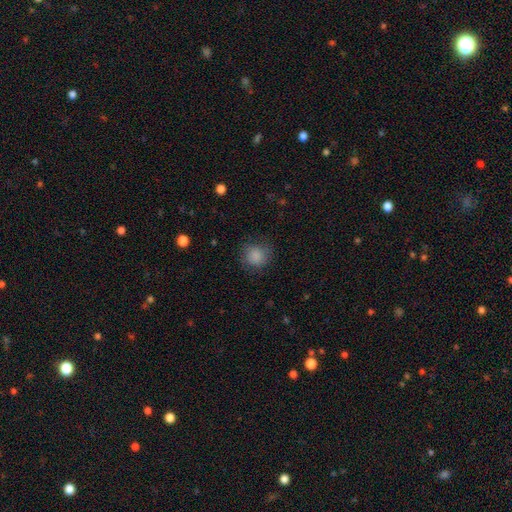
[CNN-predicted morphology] A smooth galaxy with no disk features (86%) that is round (88%).

Vote fractions:
- Smooth or featured? smooth: 86% / star or artifact: 9% / featured or disk: 5%
- How rounded? round: 88% / in between: 11% / cigar-shaped: 1%
- Merging? none: 79% / minor disturbance: 14% / major disturbance: 6% / merger: 1%